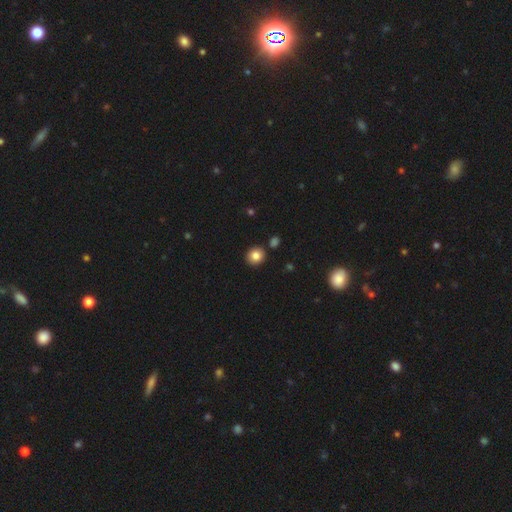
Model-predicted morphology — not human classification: smooth 84%, star or artifact 10%, featured or disk 6%. Down the decision tree: how rounded — round (83%); merging — none (87%).